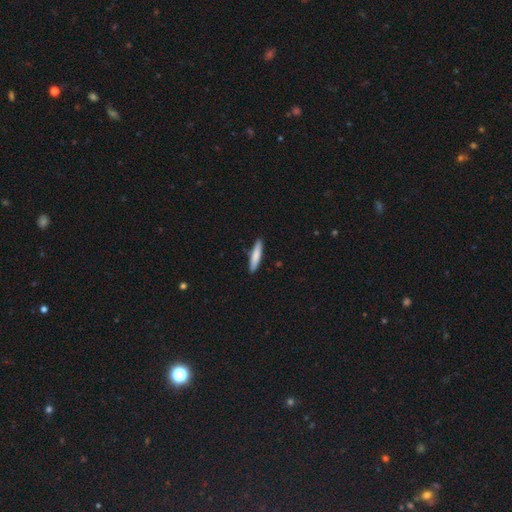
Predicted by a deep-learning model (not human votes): Overall: smooth (79%). How rounded: cigar-shaped (88%). Merging: none (89%).